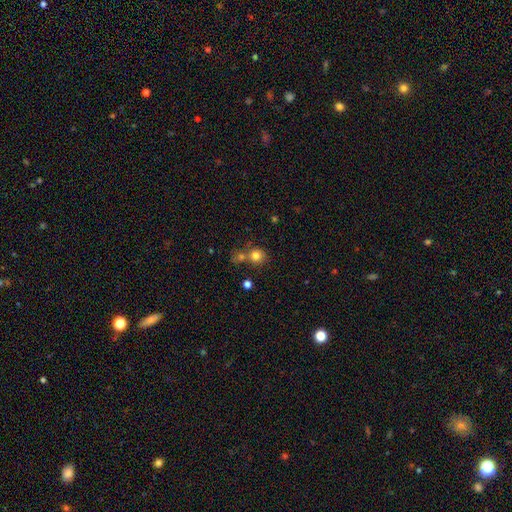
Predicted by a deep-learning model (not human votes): A smooth galaxy with no disk features (79%) that is round (85%). Merging: none (54%).